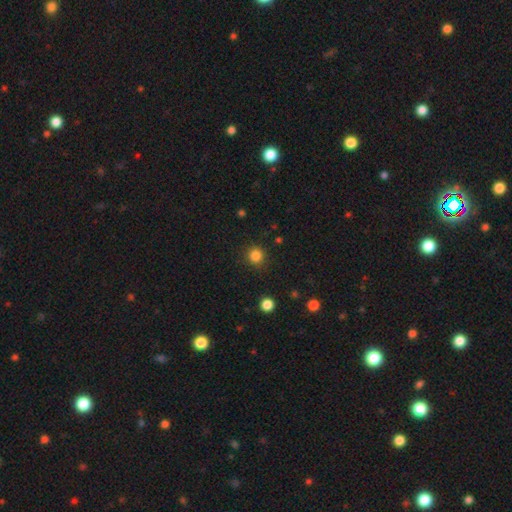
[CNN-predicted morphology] Smooth or featured: smooth — 84% (star or artifact — 13%)
How rounded: round — 93% (in between — 6%)
Merging: none — 90% (minor disturbance — 7%)